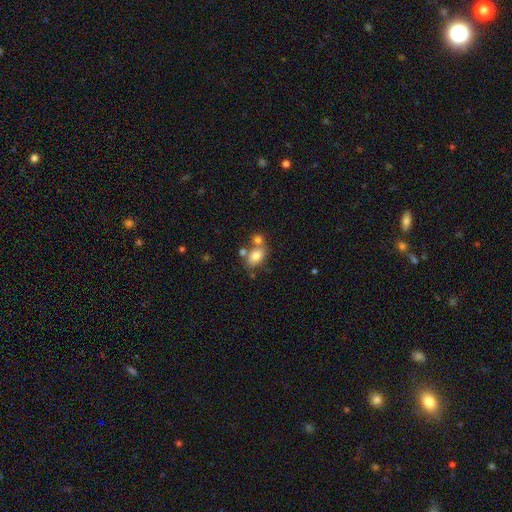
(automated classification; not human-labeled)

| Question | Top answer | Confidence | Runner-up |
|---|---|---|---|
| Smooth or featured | smooth | 77% | featured or disk (14%) |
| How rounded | in between | 77% | round (22%) |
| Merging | none | 48% | merger (33%) |